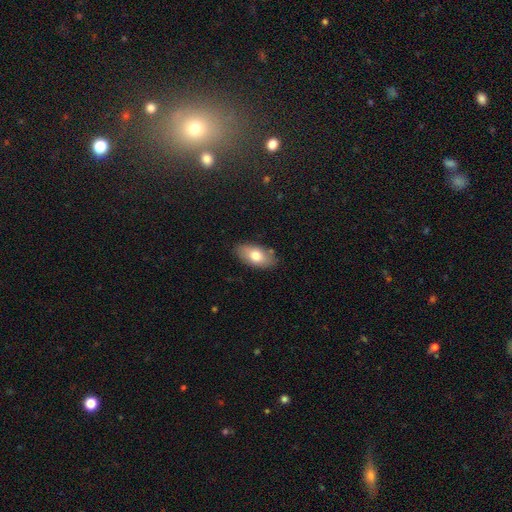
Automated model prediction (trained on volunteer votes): Smooth or featured: smooth — 73% (featured or disk — 20%)
How rounded: in between — 91% (cigar-shaped — 4%)
Merging: none — 84% (minor disturbance — 12%)